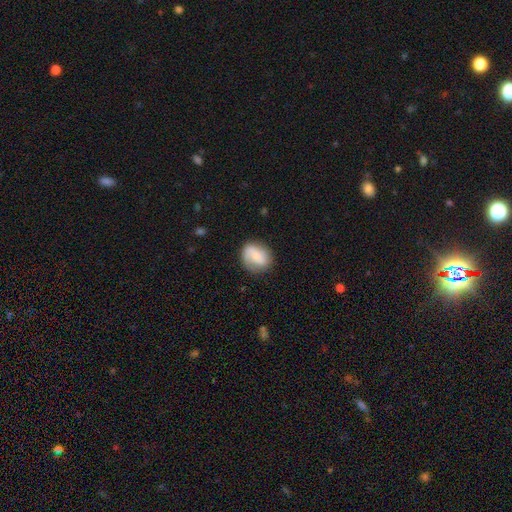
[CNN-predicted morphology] A featured or disk galaxy (48%).

Vote fractions:
- Smooth or featured? featured or disk: 48% / smooth: 45% / star or artifact: 7%
- Merging? none: 74% / minor disturbance: 18% / major disturbance: 7% / merger: 1%